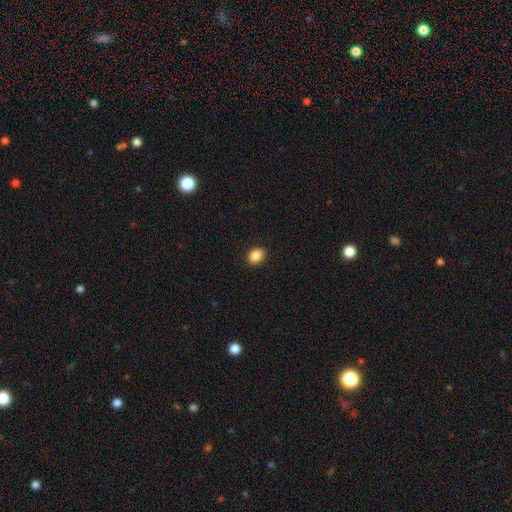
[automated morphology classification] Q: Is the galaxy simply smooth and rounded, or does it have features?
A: smooth — 88%.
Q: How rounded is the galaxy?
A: round — 52%.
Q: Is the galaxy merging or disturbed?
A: none — 91%.